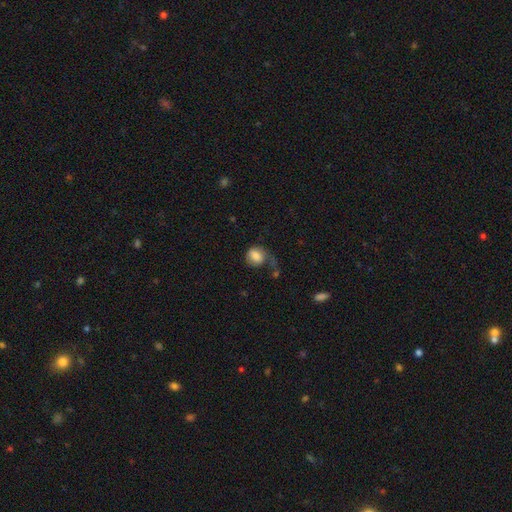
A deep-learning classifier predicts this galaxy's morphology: This appears to be a smooth galaxy with no disk features (77%) that is round (59%). Merging: none (39%).